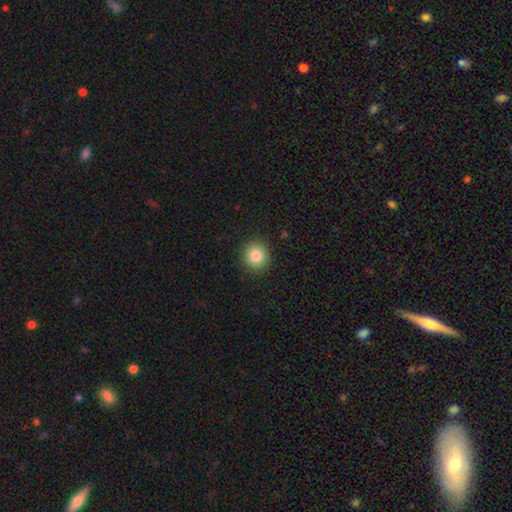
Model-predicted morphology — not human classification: smooth 84%, star or artifact 10%, featured or disk 6%. Down the decision tree: how rounded — round (90%); merging — none (91%).